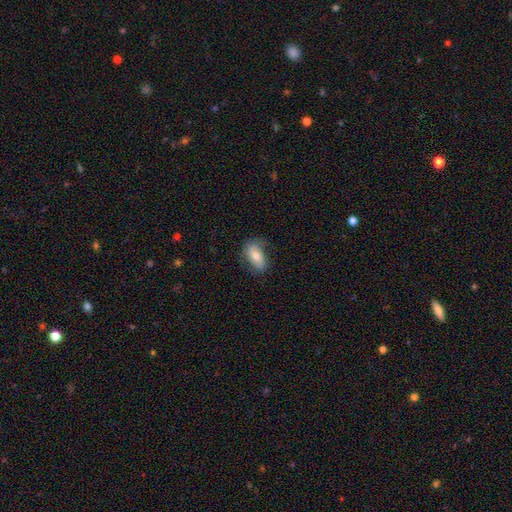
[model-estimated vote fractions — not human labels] The model was most divided on "smooth or featured": smooth: 64%, featured or disk: 28%, star or artifact: 7%. More confident: how rounded — in between (89%); merging — none (69%).